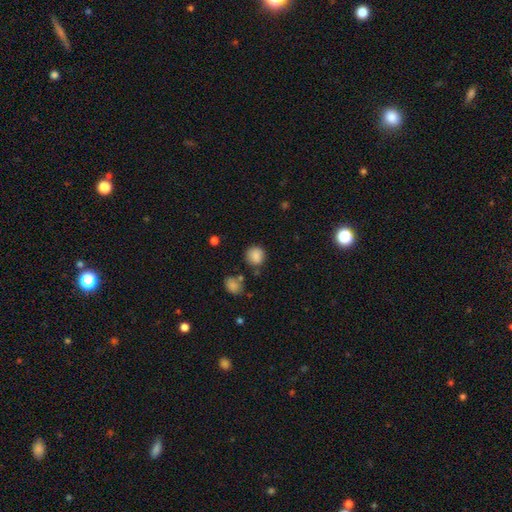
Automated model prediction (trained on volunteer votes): The model was most divided on "merging": none: 76%, minor disturbance: 15%, merger: 5%, major disturbance: 4%. More confident: smooth or featured — smooth (85%); how rounded — round (84%).